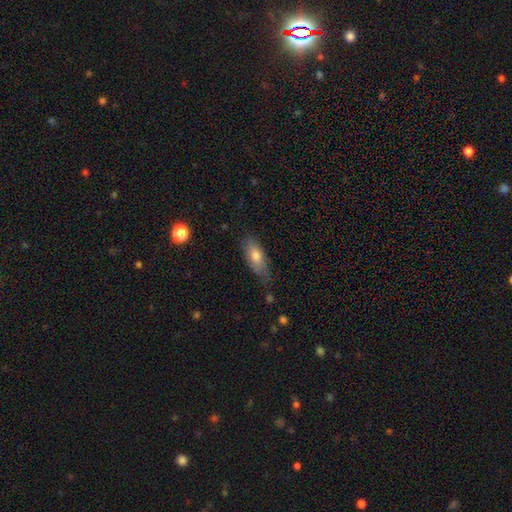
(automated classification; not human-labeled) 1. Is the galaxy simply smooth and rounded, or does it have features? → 72% smooth, 22% featured or disk, 7% star or artifact.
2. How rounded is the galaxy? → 75% in between, 22% cigar-shaped, 3% round.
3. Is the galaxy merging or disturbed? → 63% none, 28% minor disturbance, 6% major disturbance, 2% merger.